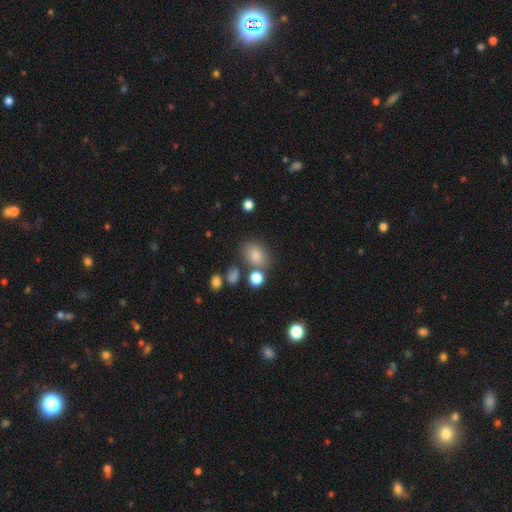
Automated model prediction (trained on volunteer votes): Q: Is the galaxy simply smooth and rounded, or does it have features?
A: smooth — 82%.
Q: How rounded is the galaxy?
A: in between — 70%.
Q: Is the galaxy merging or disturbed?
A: none — 66%.